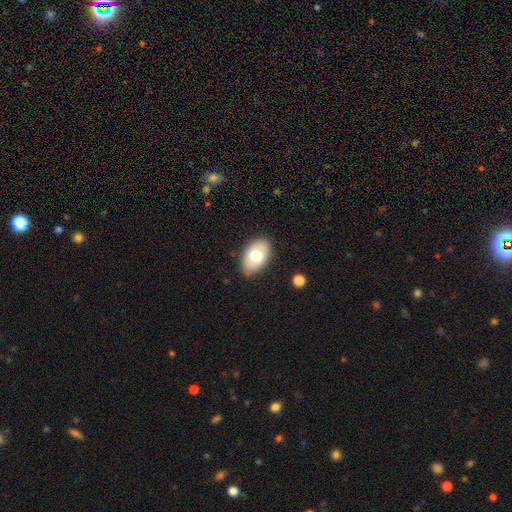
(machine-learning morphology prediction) Smooth or featured? smooth (70%)
How rounded? in between (90%)
Merging? none (84%)